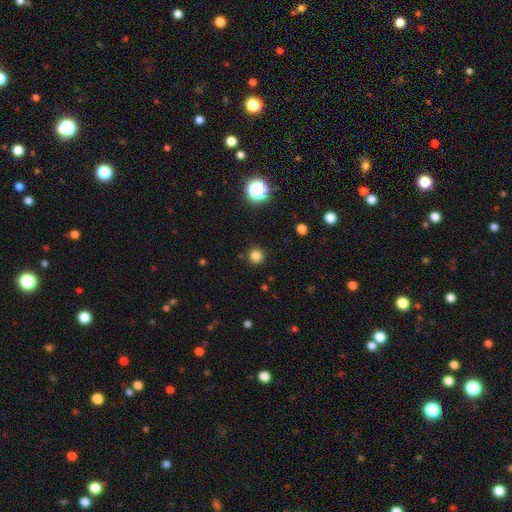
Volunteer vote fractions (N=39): This appears to be a smooth galaxy with no disk features (92%) that is round (100%). Merging: none (89%).